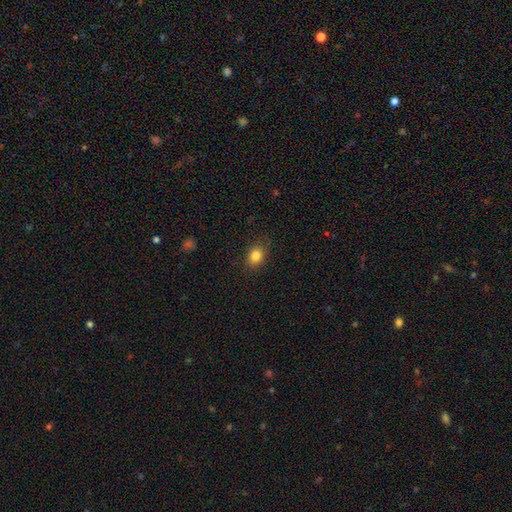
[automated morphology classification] A smooth galaxy with no disk features (84%) that is in between round and cigar-shaped (61%).

Vote fractions:
- Smooth or featured? smooth: 84% / star or artifact: 10% / featured or disk: 6%
- How rounded? in between: 61% / round: 38% / cigar-shaped: 1%
- Merging? none: 84% / minor disturbance: 12% / major disturbance: 3% / merger: 1%